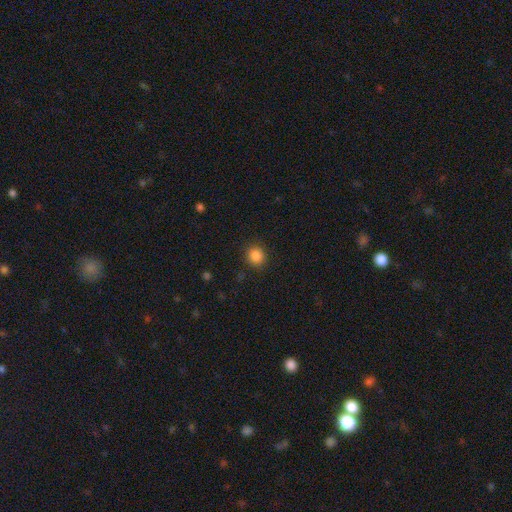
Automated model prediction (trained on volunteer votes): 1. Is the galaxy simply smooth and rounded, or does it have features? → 86% smooth, 11% star or artifact, 4% featured or disk.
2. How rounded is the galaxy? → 86% round, 13% in between, 1% cigar-shaped.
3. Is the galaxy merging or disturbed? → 90% none, 7% minor disturbance, 2% major disturbance, 1% merger.